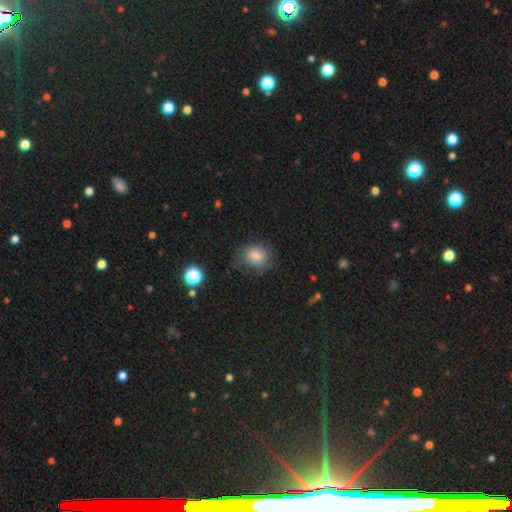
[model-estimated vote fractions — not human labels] This is likely a smooth galaxy (80%). How rounded: possibly round (55%). Merging: likely none (65%).